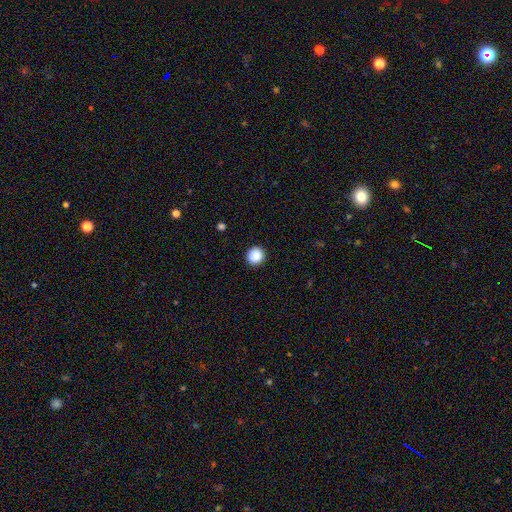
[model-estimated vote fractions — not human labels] smooth_or_featured: smooth (p=0.88) [alt: star or artifact p=0.09]
how_rounded: round (p=0.90) [alt: in between p=0.09]
merging: none (p=0.91) [alt: minor disturbance p=0.06]